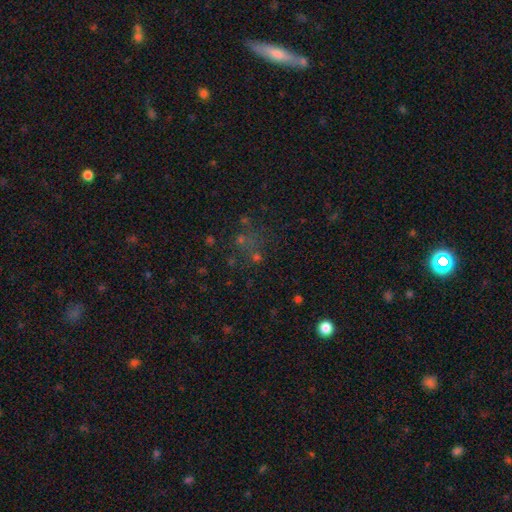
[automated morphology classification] This appears to be a star or artifact, not a galaxy (47%).